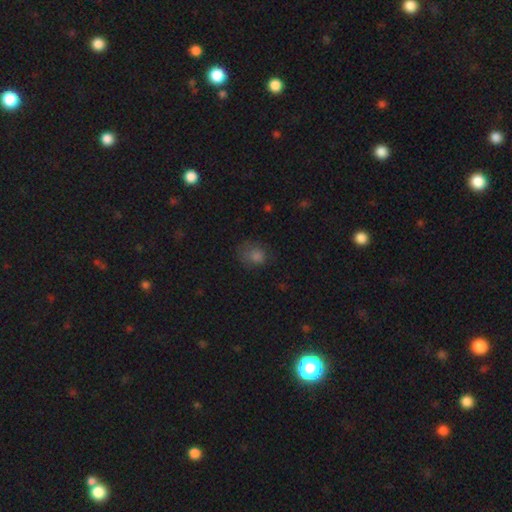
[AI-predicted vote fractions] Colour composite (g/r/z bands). It shows a smooth galaxy with no disk features (73%) that is round (60%). Merging: none (56%).